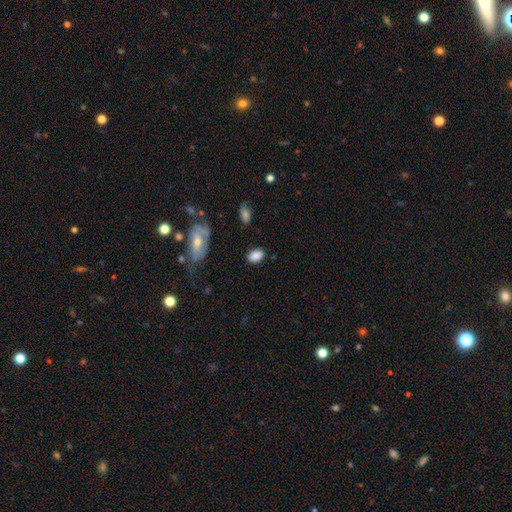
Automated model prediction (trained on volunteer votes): This is clearly a smooth galaxy (85%). How rounded: clearly in between (86%). Merging: likely none (79%).